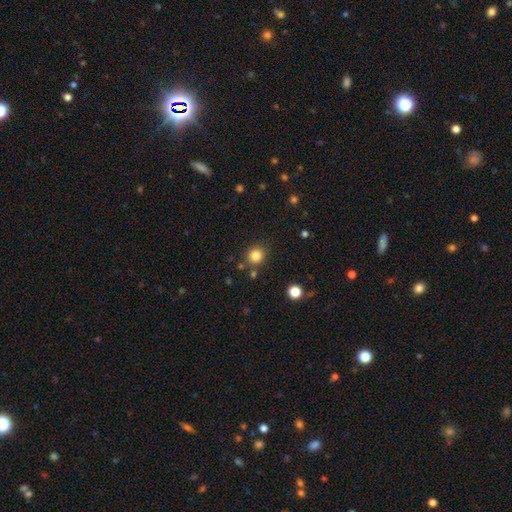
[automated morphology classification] The model was most divided on "smooth or featured": smooth: 83%, star or artifact: 12%, featured or disk: 5%. More confident: how rounded — round (88%); merging — none (83%).